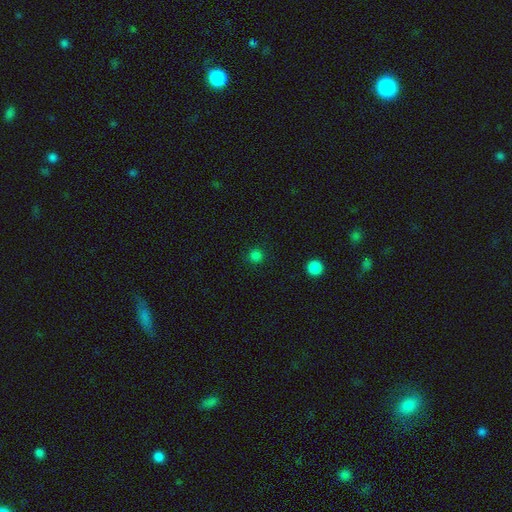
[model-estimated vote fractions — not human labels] smooth-or-featured: smooth: 80% | star or artifact: 17% | featured or disk: 3%
  how-rounded: round: 94% | in between: 5% | cigar-shaped: 1%
  merging: none: 90% | minor disturbance: 6% | major disturbance: 2% | merger: 1%